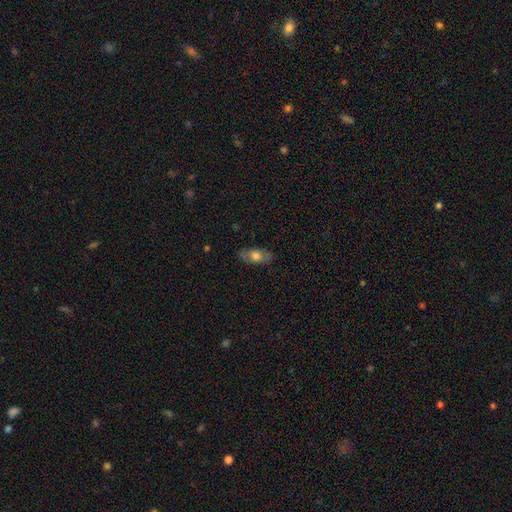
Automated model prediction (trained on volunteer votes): Smooth or featured? Predicted: smooth (p=0.64). How rounded? Predicted: in between (p=0.87). Merging? Predicted: none (p=0.81).